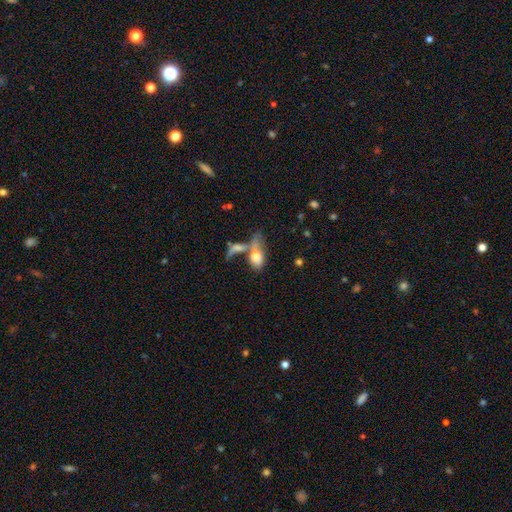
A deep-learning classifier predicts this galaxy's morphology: Smooth or featured: smooth — 69% (featured or disk — 23%)
How rounded: in between — 80% (cigar-shaped — 11%)
Merging: merger — 58% (none — 19%)